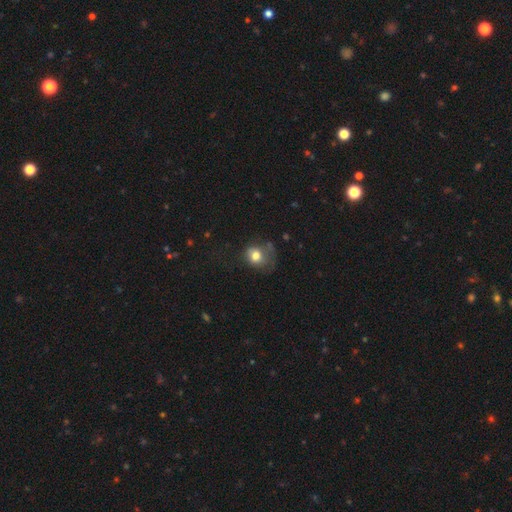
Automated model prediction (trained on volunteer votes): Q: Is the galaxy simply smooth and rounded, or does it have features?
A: smooth — 76%.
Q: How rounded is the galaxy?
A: round — 64%.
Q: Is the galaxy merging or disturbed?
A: none — 42%.